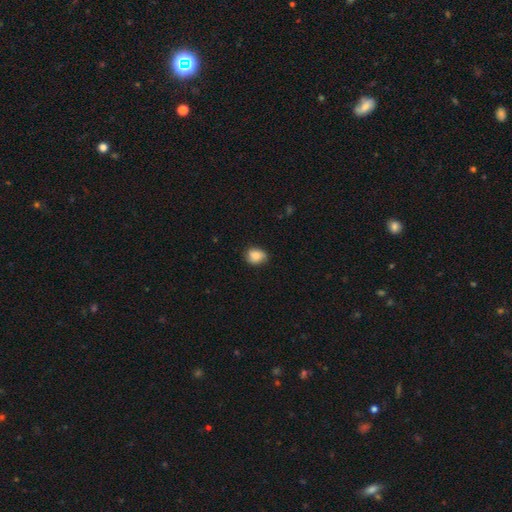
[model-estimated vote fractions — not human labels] Smooth or featured?
  - smooth: 79% *
  - featured or disk: 12%
  - star or artifact: 8%
How rounded?
  - in between: 53% *
  - round: 46%
  - cigar-shaped: 1%
Merging?
  - none: 73% *
  - minor disturbance: 22%
  - major disturbance: 4%
  - merger: 1%